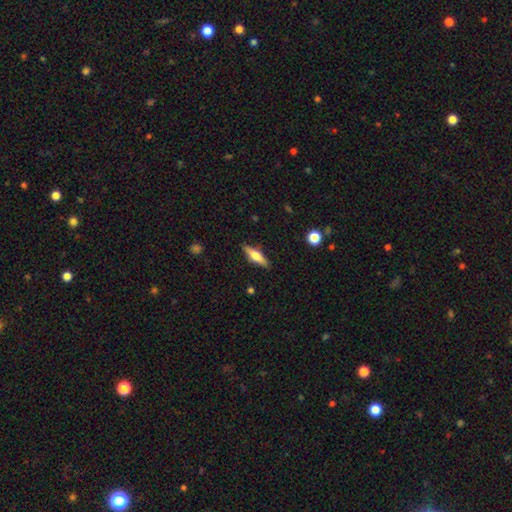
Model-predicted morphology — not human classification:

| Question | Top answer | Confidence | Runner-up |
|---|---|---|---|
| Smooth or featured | featured or disk | 50% | smooth (43%) |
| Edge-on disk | yes | 94% | no (6%) |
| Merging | none | 88% | minor disturbance (9%) |